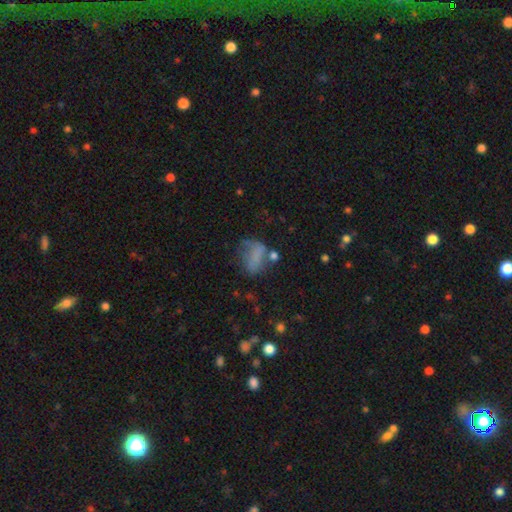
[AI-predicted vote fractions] The model was most divided on "merging": none: 34%, major disturbance: 30%, minor disturbance: 26%, merger: 10%. More confident: how rounded — in between (77%); smooth or featured — smooth (59%).